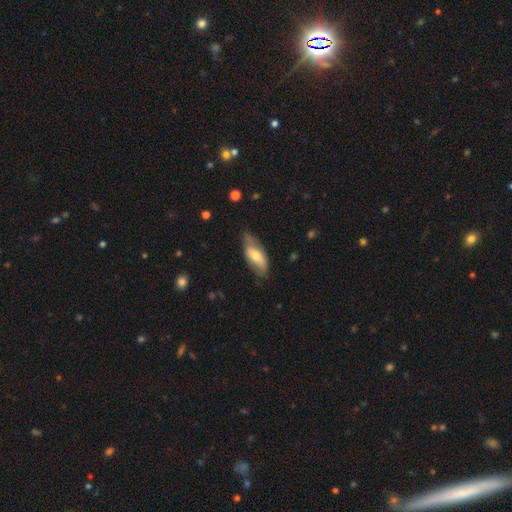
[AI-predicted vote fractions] This is possibly a smooth galaxy (54%). How rounded: clearly in between (81%). Merging: possibly none (60%).